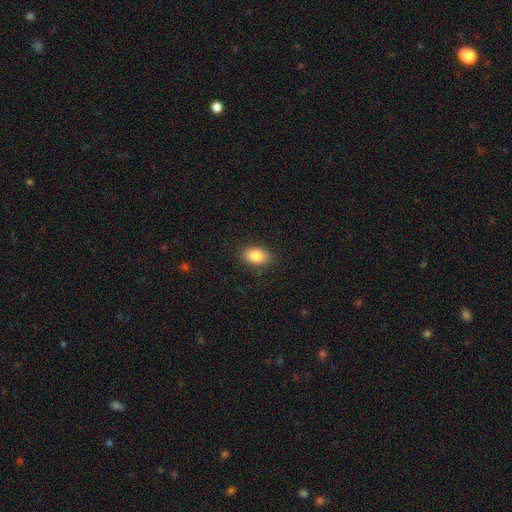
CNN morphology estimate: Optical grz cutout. It shows a smooth galaxy with no disk features (85%) that is in between round and cigar-shaped (88%). Merging: none (86%).